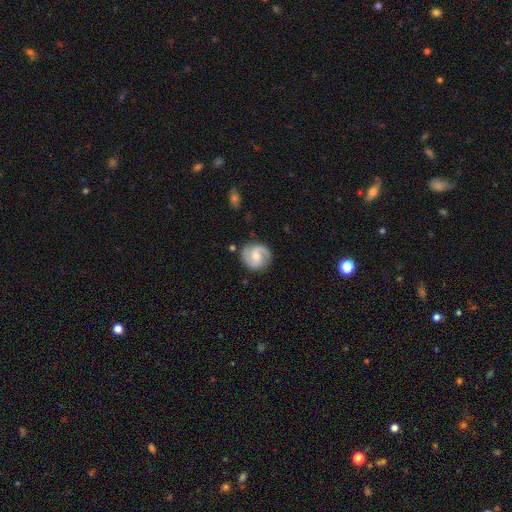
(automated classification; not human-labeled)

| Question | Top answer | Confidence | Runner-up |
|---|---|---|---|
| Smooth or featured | featured or disk | 72% | smooth (22%) |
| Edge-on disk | no | 98% | yes (2%) |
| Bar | weak | 46% | no (42%) |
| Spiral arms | yes | 93% | no (7%) |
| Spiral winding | medium | 48% | tight (29%) |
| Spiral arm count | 2 | 86% | can't tell (6%) |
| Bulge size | moderate | 58% | small (37%) |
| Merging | none | 81% | minor disturbance (13%) |